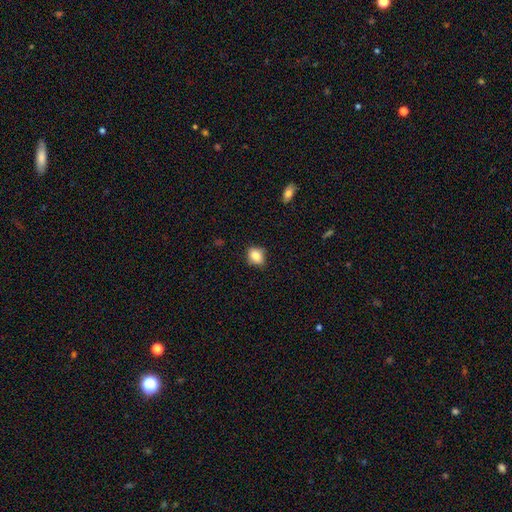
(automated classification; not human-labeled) Smooth or featured? smooth (82%)
How rounded? round (54%)
Merging? none (80%)